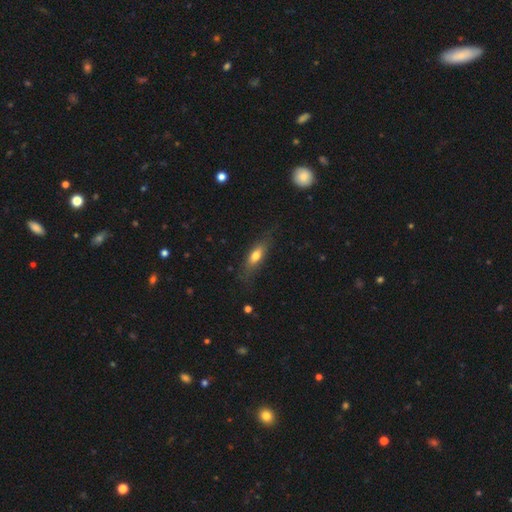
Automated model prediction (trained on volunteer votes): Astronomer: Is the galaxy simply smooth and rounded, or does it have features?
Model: smooth — 65%.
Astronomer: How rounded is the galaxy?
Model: in between — 57% (runner-up: cigar-shaped, 39%).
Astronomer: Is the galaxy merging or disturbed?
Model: none — 72%.